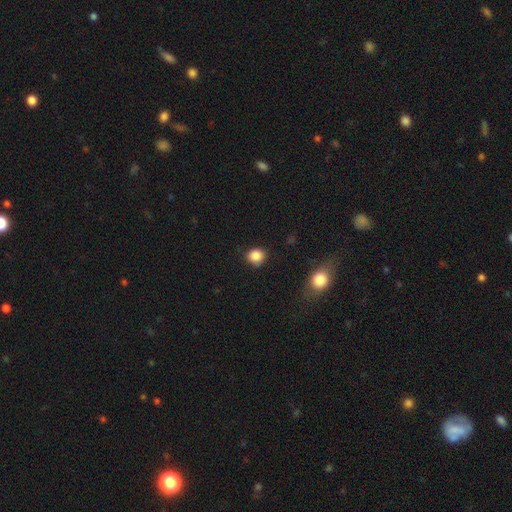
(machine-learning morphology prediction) type=smooth (86%); roundness=round (82%); merging=none (83%).